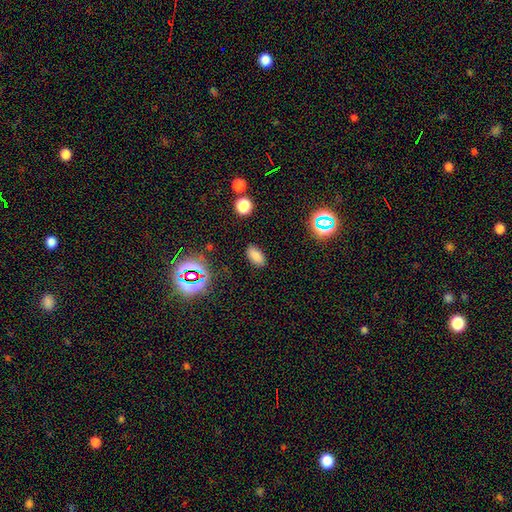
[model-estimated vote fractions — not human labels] smooth-or-featured: smooth: 76% | star or artifact: 17% | featured or disk: 6%
  how-rounded: in between: 90% | round: 5% | cigar-shaped: 4%
  merging: none: 86% | minor disturbance: 10% | major disturbance: 3% | merger: 2%